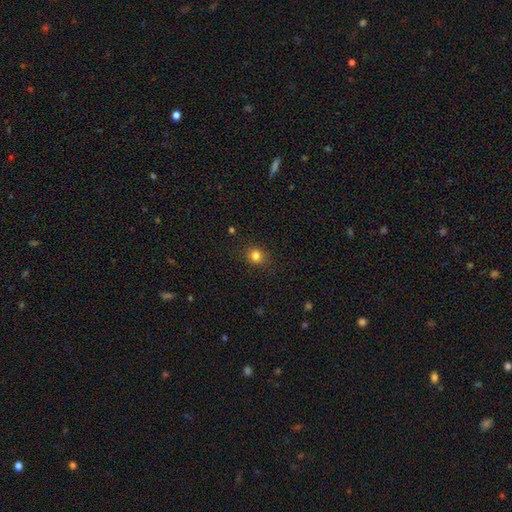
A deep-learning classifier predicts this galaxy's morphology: smooth_or_featured: smooth (p=0.81) [alt: star or artifact p=0.14]
how_rounded: round (p=0.80) [alt: in between p=0.19]
merging: none (p=0.86) [alt: minor disturbance p=0.09]